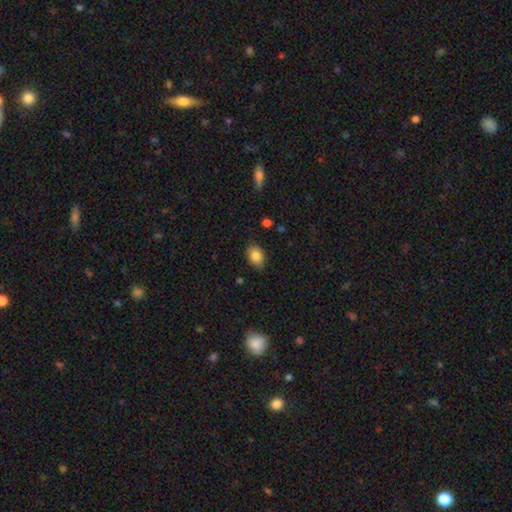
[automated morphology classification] Overall: smooth (85%). How rounded: in between (81%). Merging: none (83%).